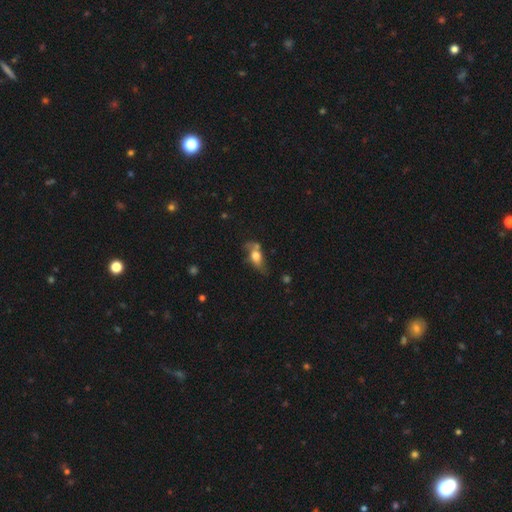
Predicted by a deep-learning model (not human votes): Smooth or featured? Predicted: smooth (p=0.59). How rounded? Predicted: in between (p=0.75). Merging? Predicted: none (p=0.41).